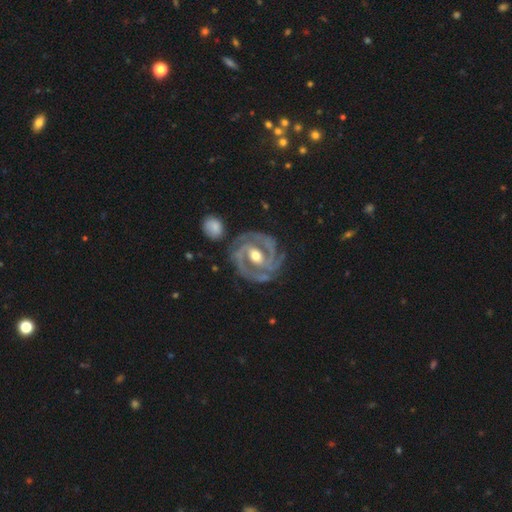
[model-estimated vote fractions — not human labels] Smooth or featured? Predicted: featured or disk (p=0.92). Edge-on disk? Predicted: no (p=0.98). Bar? Predicted: weak (p=0.40). Spiral arms? Predicted: yes (p=0.98). Spiral winding? Predicted: tight (p=0.62). Spiral arm count? Predicted: 2 (p=0.47). Bulge size? Predicted: moderate (p=0.74). Merging? Predicted: none (p=0.75).